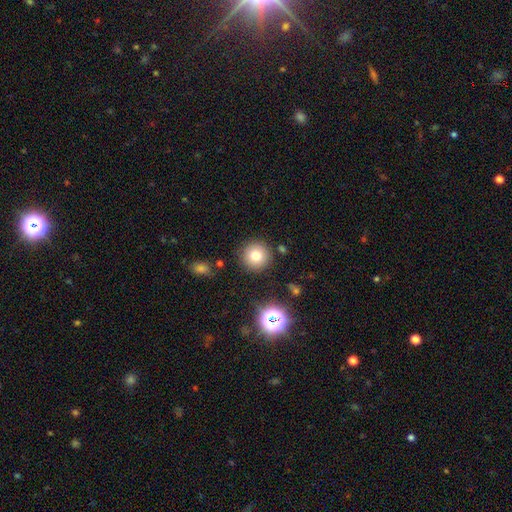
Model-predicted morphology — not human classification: This appears to be a smooth galaxy with no disk features (77%) that is round (95%). Merging: none (88%).